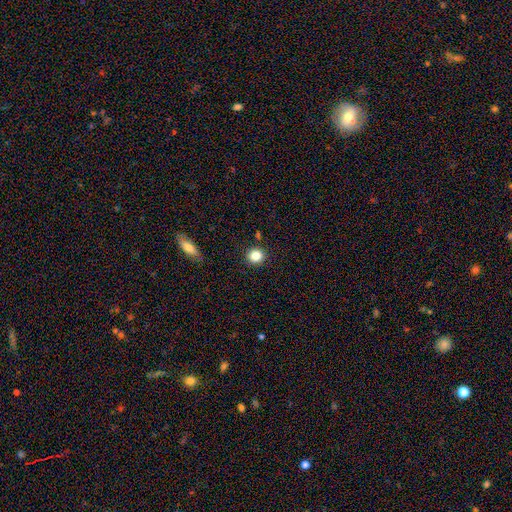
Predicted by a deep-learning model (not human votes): Q: Smooth or featured?
A: smooth (83%); runner-up: star or artifact (11%)
Q: How rounded?
A: round (86%); runner-up: in between (13%)
Q: Merging?
A: none (89%); runner-up: minor disturbance (7%)